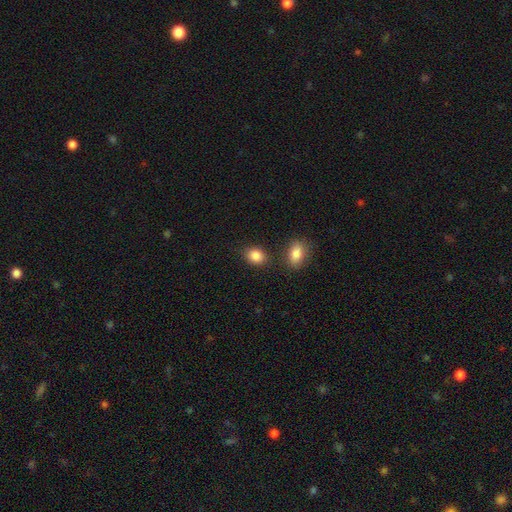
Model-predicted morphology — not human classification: smooth-or-featured: smooth: 86% | star or artifact: 9% | featured or disk: 5%
  how-rounded: in between: 57% | round: 42% | cigar-shaped: 1%
  merging: none: 76% | minor disturbance: 12% | merger: 9% | major disturbance: 3%